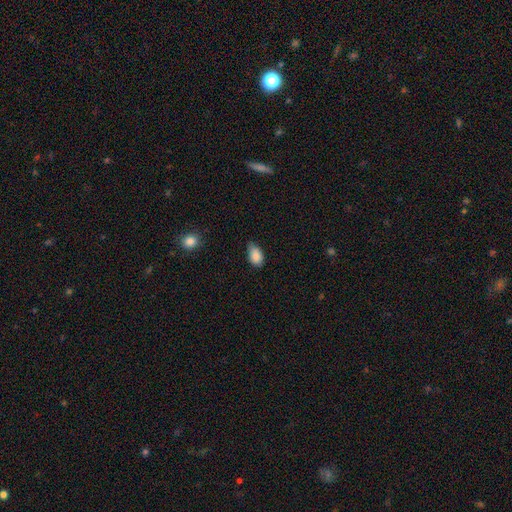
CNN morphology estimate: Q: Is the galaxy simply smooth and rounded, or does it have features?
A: smooth — 87%.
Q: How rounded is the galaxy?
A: in between — 90%.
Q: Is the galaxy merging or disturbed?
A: none — 56%.